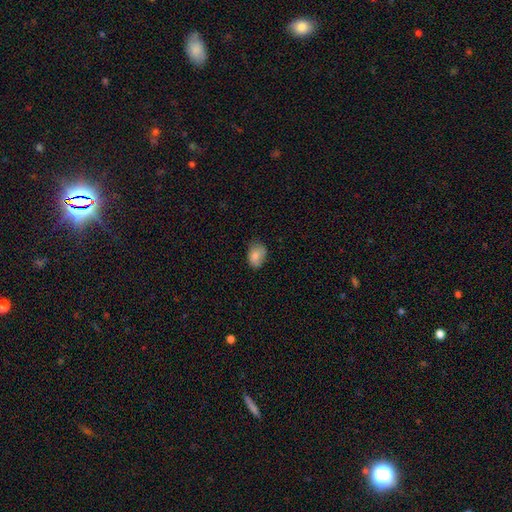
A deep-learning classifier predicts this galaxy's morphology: smooth_or_featured: smooth (p=0.82) [alt: featured or disk p=0.10]
how_rounded: in between (p=0.76) [alt: round p=0.23]
merging: none (p=0.69) [alt: minor disturbance p=0.25]